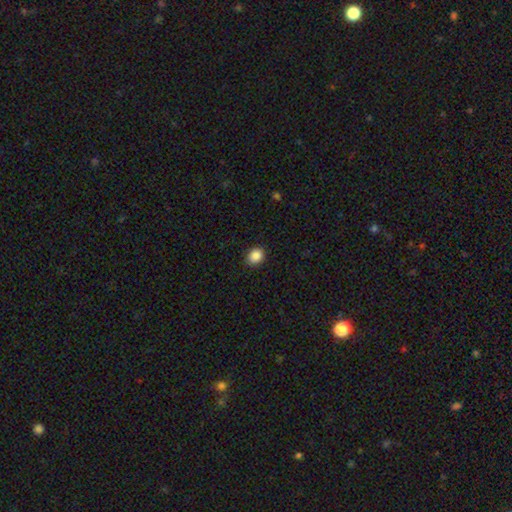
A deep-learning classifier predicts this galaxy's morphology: This is clearly a smooth galaxy (88%). How rounded: possibly round (59%). Merging: clearly none (89%).